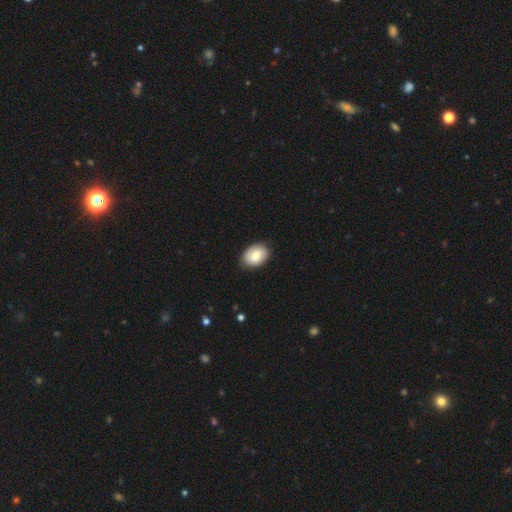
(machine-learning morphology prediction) The model was most divided on "smooth or featured": smooth: 71%, featured or disk: 23%, star or artifact: 6%. More confident: merging — none (86%); how rounded — in between (78%).